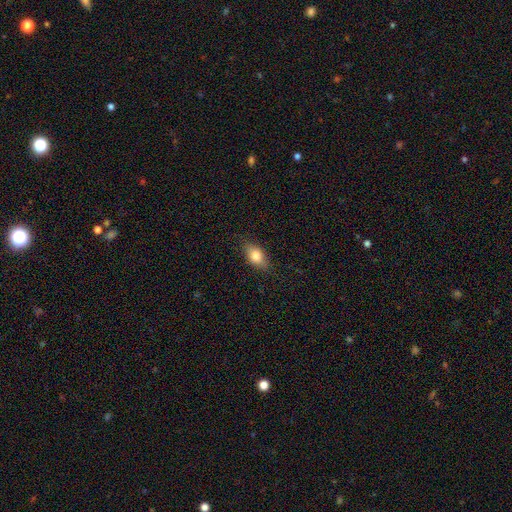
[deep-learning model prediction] Overall: smooth (77%). How rounded: in between (83%). Merging: none (81%).